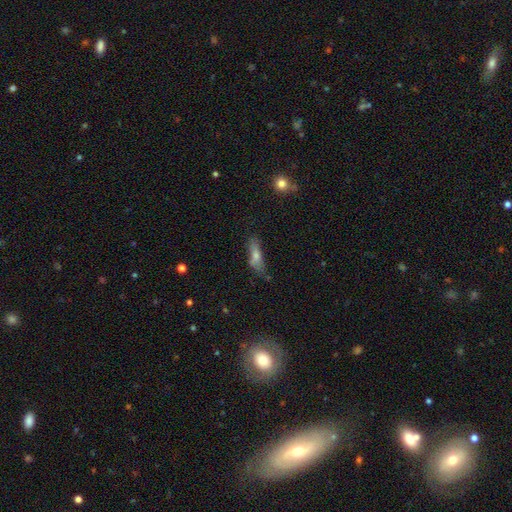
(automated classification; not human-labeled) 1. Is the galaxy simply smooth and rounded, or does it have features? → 57% smooth, 31% featured or disk, 12% star or artifact.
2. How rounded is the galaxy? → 63% cigar-shaped, 34% in between, 3% round.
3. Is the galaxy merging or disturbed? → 61% none, 25% minor disturbance, 10% major disturbance, 4% merger.